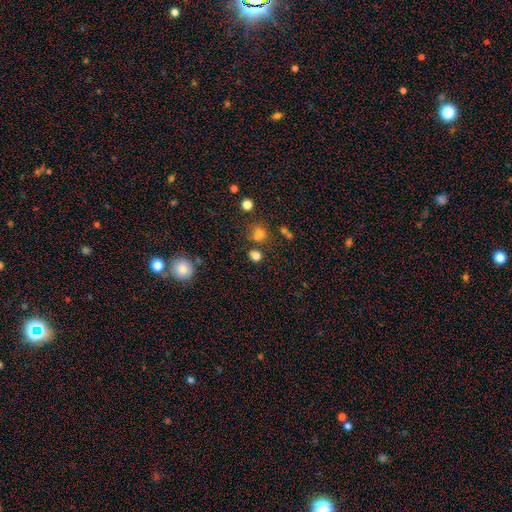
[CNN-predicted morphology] A smooth galaxy with no disk features (77%) that is round (64%).

Vote fractions:
- Smooth or featured? smooth: 77% / star or artifact: 16% / featured or disk: 6%
- How rounded? round: 64% / in between: 35% / cigar-shaped: 1%
- Merging? none: 69% / merger: 14% / minor disturbance: 12% / major disturbance: 5%